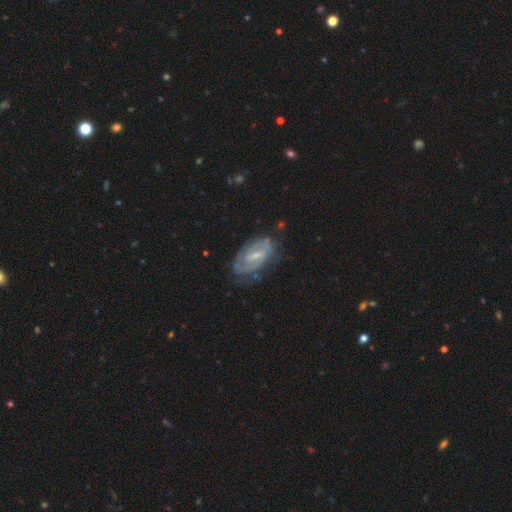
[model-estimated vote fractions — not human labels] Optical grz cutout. It shows a featured or disk galaxy (77%) with a weak bar (51%), 2 (55%) tight (53%) spiral arms (84%) and a small central bulge (55%). Merging: none (66%).